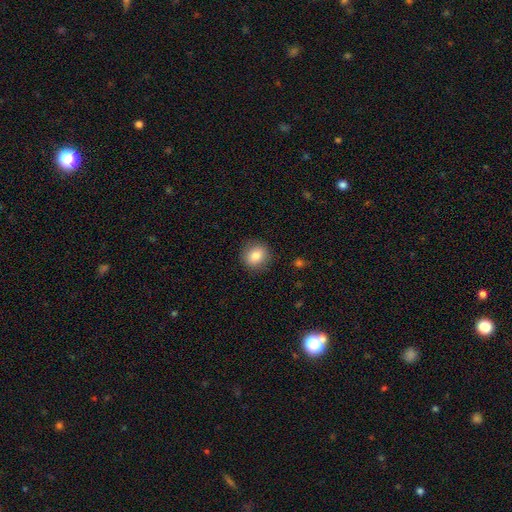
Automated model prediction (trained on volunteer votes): smooth_or_featured: smooth (p=0.82) [alt: featured or disk p=0.09]
how_rounded: round (p=0.83) [alt: in between p=0.16]
merging: none (p=0.87) [alt: minor disturbance p=0.09]